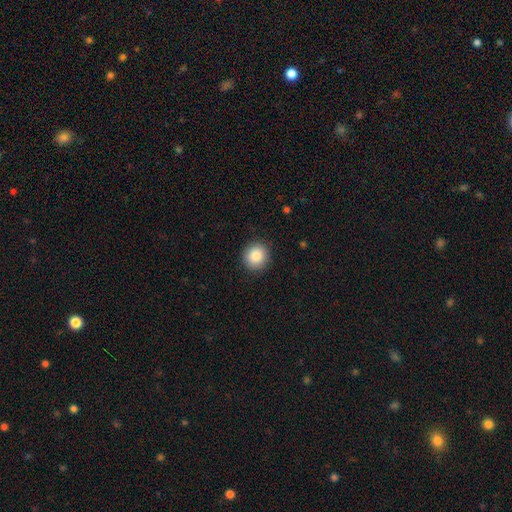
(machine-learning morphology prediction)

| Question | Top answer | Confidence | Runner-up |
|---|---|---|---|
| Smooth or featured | smooth | 86% | star or artifact (9%) |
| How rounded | round | 88% | in between (11%) |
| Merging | none | 90% | minor disturbance (7%) |